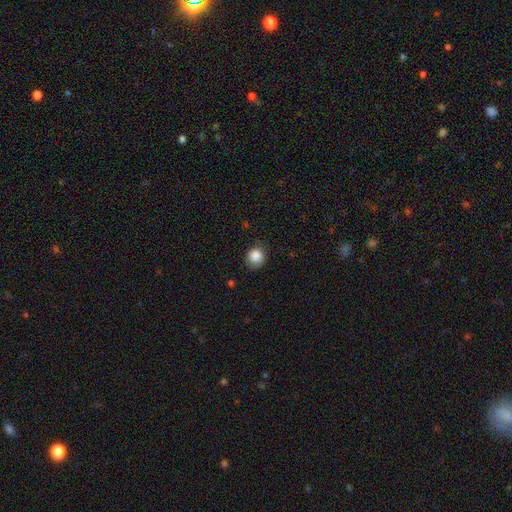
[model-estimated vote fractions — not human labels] smooth_or_featured: smooth (p=0.86) [alt: star or artifact p=0.09]
how_rounded: round (p=0.82) [alt: in between p=0.17]
merging: none (p=0.71) [alt: minor disturbance p=0.23]